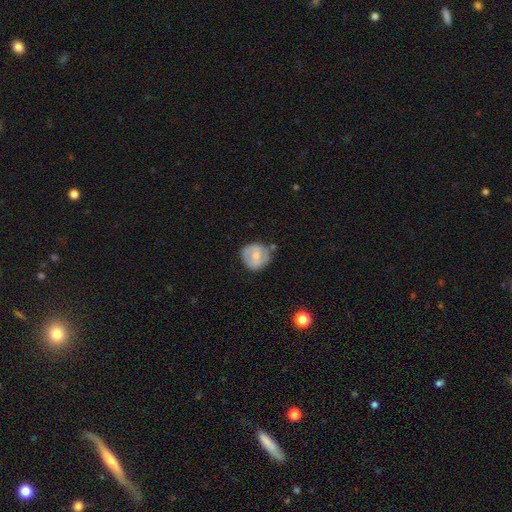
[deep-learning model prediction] Overall: featured or disk (53%; smooth 40%). Edge-on disk: no (97%). Bar: no (51%; weak 38%). Spiral arms: yes (65%; no 35%). Bulge size: moderate (54%; small 42%). Merging: none (66%).